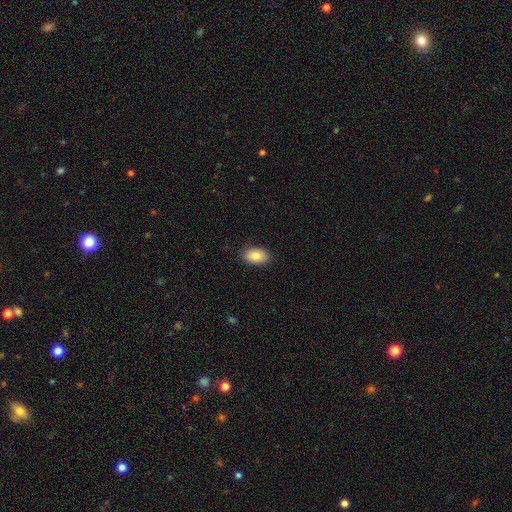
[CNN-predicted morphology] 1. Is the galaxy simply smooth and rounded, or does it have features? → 82% smooth, 11% featured or disk, 7% star or artifact.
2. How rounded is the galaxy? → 91% in between, 8% round, 1% cigar-shaped.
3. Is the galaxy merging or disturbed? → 88% none, 9% minor disturbance, 2% major disturbance, 1% merger.